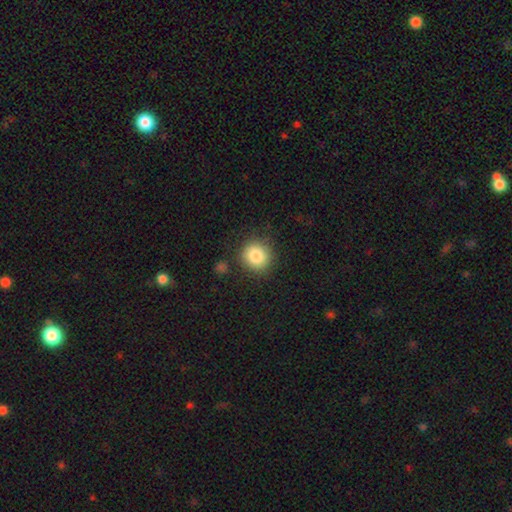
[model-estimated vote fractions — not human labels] This is clearly a smooth galaxy (85%). How rounded: clearly round (88%). Merging: clearly none (84%).